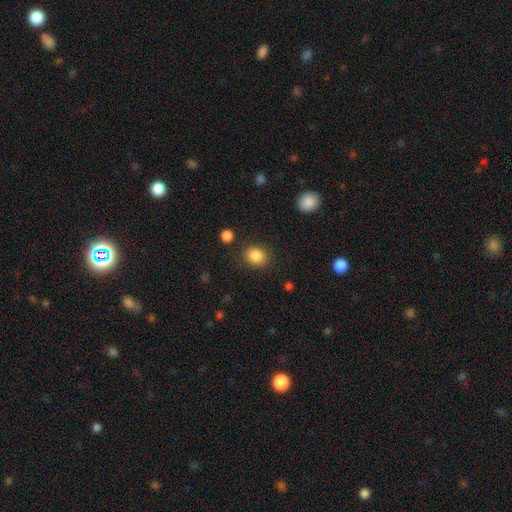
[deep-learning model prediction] smooth_or_featured: smooth (p=0.86) [alt: star or artifact p=0.09]
how_rounded: round (p=0.72) [alt: in between p=0.27]
merging: none (p=0.85) [alt: minor disturbance p=0.09]